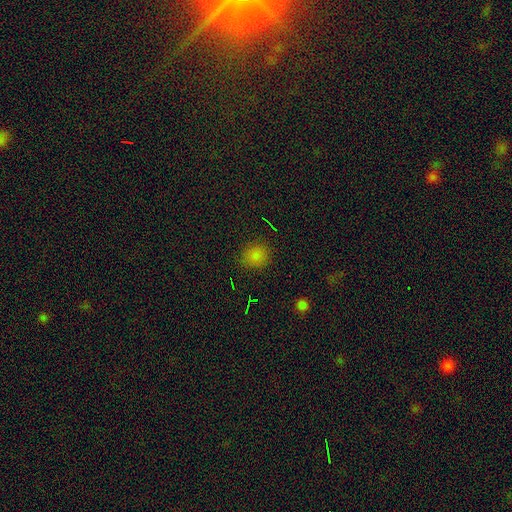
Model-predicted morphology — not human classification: smooth 76%, star or artifact 18%, featured or disk 6%. Down the decision tree: how rounded — round (79%); merging — none (86%).